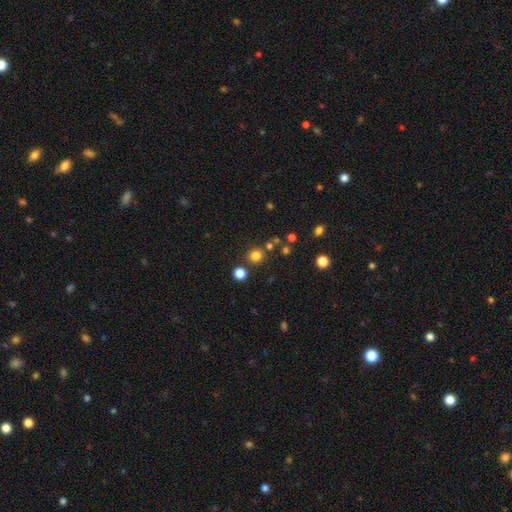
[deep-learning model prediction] The model was most divided on "smooth or featured": smooth: 78%, star or artifact: 17%, featured or disk: 5%. More confident: how rounded — round (90%); merging — none (81%).